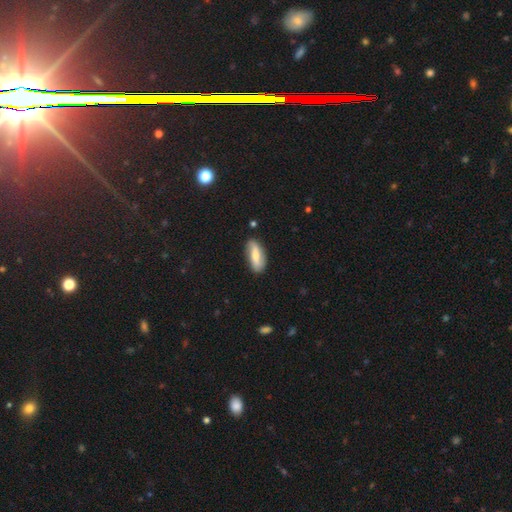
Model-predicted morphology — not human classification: Smooth or featured? smooth (51%)
How rounded? in between (77%)
Merging? none (81%)